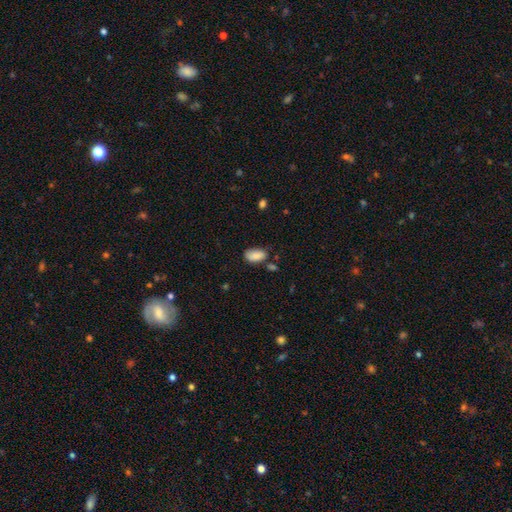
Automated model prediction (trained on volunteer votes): Q: Smooth or featured?
A: smooth (86%); runner-up: star or artifact (7%)
Q: How rounded?
A: in between (94%); runner-up: round (4%)
Q: Merging?
A: none (63%); runner-up: minor disturbance (25%)